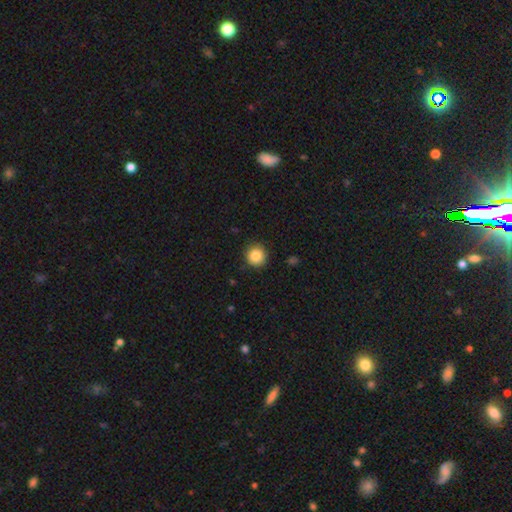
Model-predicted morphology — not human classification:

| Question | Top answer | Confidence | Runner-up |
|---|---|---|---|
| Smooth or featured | smooth | 84% | star or artifact (10%) |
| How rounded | round | 94% | in between (5%) |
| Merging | none | 90% | minor disturbance (7%) |